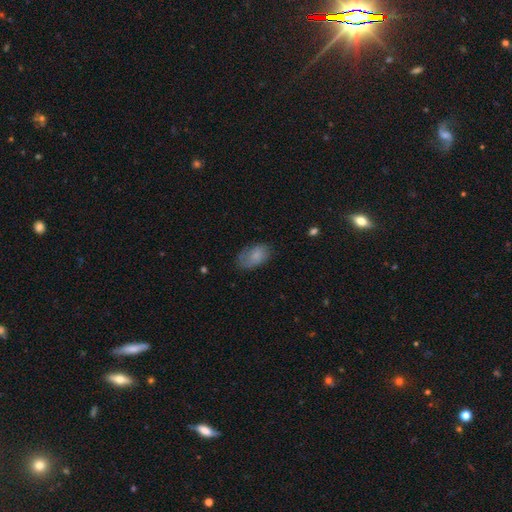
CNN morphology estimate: Smooth or featured? smooth (73%)
How rounded? in between (91%)
Merging? none (60%)